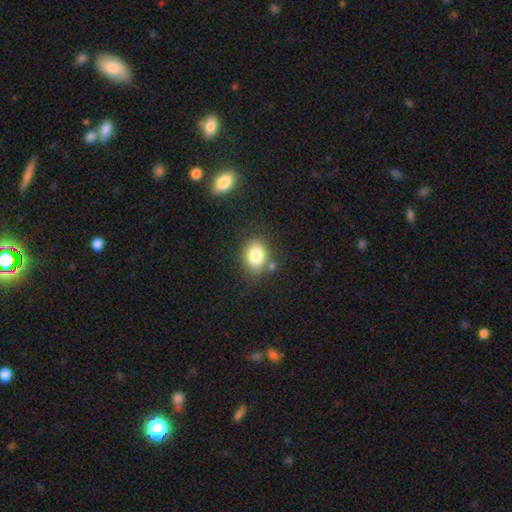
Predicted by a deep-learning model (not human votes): A smooth galaxy with no disk features (83%) that is in between round and cigar-shaped (60%). Merging: none (74%).